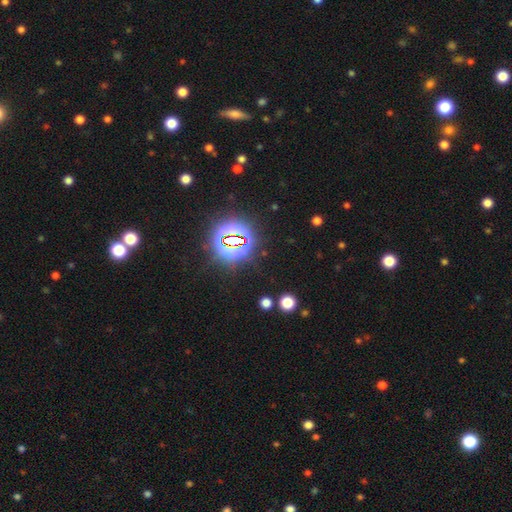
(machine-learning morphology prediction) smooth-or-featured: star or artifact: 82% | smooth: 11% | featured or disk: 7%